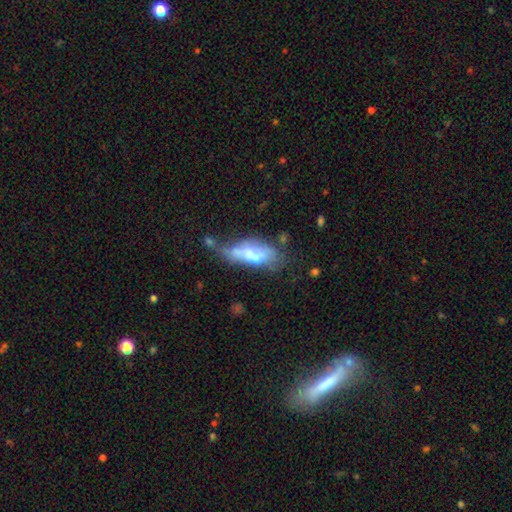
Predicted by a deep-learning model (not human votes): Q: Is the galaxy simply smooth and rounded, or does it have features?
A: featured or disk — 45%.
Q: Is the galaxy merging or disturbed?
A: none — 32%.